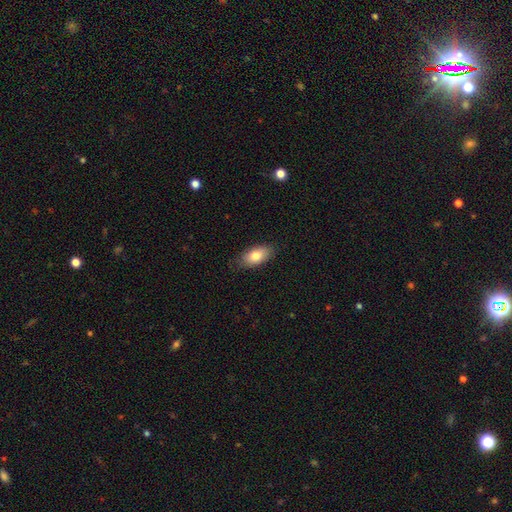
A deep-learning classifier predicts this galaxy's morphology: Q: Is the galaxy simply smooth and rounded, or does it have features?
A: smooth — 79%.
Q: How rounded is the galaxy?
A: in between — 91%.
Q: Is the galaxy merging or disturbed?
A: none — 83%.